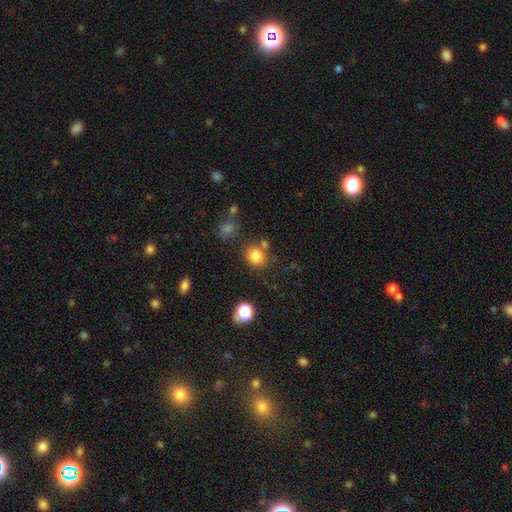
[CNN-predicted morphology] A smooth galaxy with no disk features (81%) that is round (74%).

Vote fractions:
- Smooth or featured? smooth: 81% / star or artifact: 13% / featured or disk: 6%
- How rounded? round: 74% / in between: 25% / cigar-shaped: 1%
- Merging? none: 74% / minor disturbance: 11% / merger: 10% / major disturbance: 4%